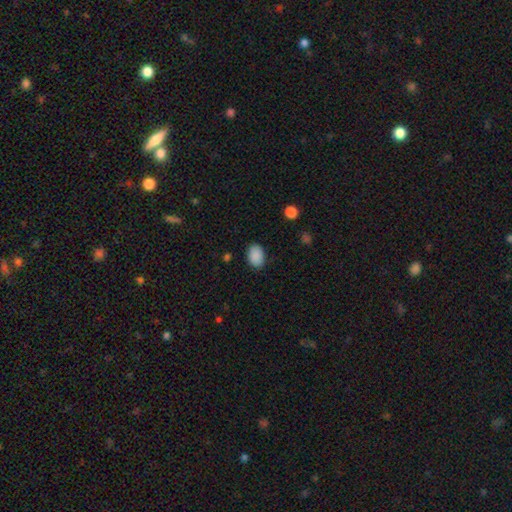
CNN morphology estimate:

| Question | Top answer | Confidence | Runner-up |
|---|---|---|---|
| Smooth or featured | smooth | 89% | star or artifact (7%) |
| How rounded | in between | 80% | round (19%) |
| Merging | none | 85% | minor disturbance (12%) |